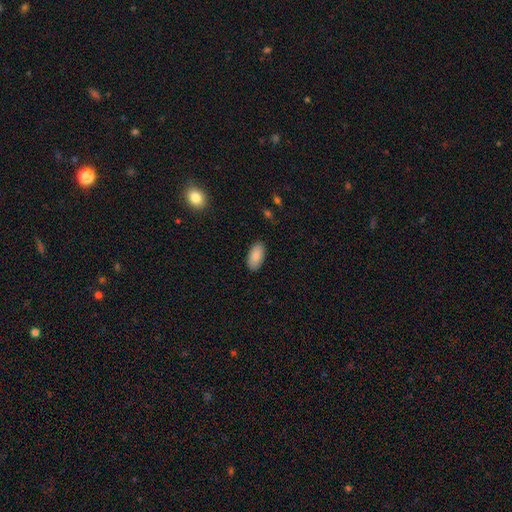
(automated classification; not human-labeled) Overall: smooth (89%). How rounded: in between (94%). Merging: none (88%).